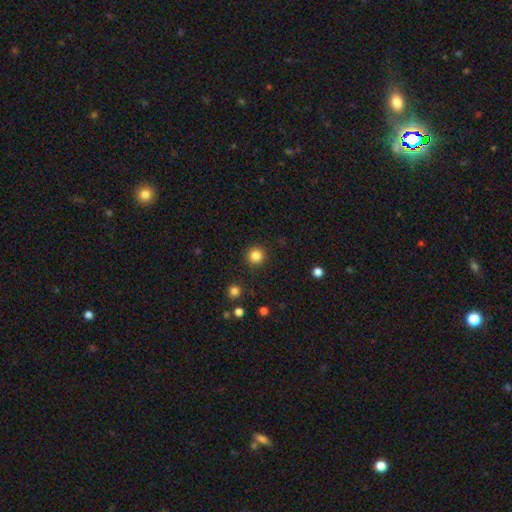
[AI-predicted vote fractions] Smooth or featured? Predicted: smooth (p=0.84). How rounded? Predicted: round (p=0.96). Merging? Predicted: none (p=0.92).